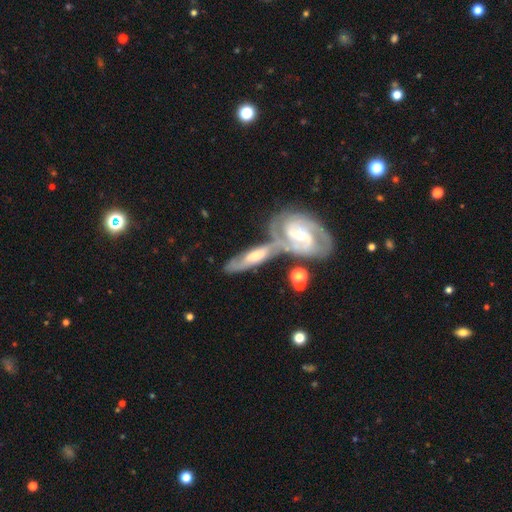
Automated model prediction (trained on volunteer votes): Smooth or featured?
  - featured or disk: 74% *
  - smooth: 21%
  - star or artifact: 5%
Edge-on disk?
  - no: 75% *
  - yes: 25%
Bar?
  - no: 42% *
  - weak: 40%
  - strong: 18%
Spiral arms?
  - yes: 89% *
  - no: 11%
Bulge size?
  - moderate: 46% *
  - small: 41%
  - large: 8%
  - none: 3%
  - dominant: 2%
Merging?
  - merger: 55% *
  - none: 29%
  - minor disturbance: 11%
  - major disturbance: 5%